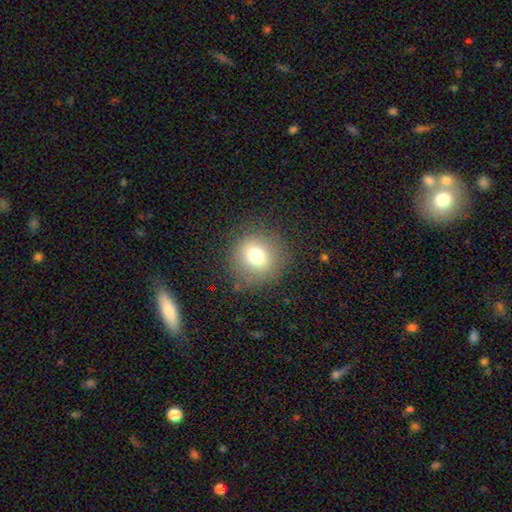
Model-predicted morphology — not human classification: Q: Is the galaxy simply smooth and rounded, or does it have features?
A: smooth — 74%.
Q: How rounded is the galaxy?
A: round — 93%.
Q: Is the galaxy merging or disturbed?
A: none — 85%.